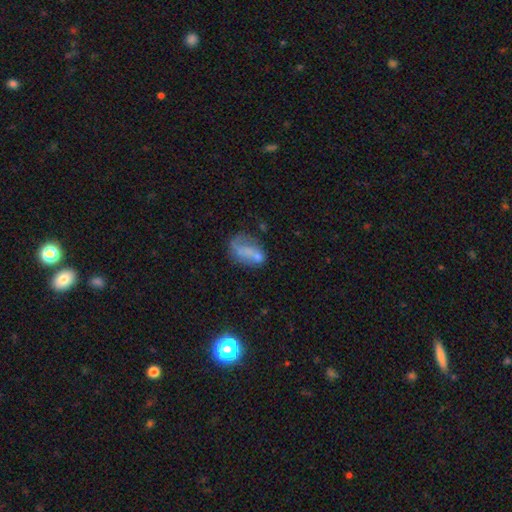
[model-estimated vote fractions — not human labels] The model was most divided on "merging": none: 32%, major disturbance: 24%, minor disturbance: 22%, merger: 21%. Remaining: smooth or featured — smooth (48%).